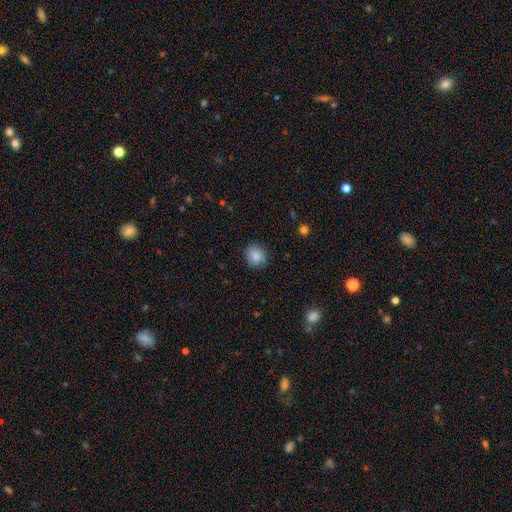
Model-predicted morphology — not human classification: This is clearly a smooth galaxy (83%). How rounded: likely round (74%). Merging: likely none (75%).